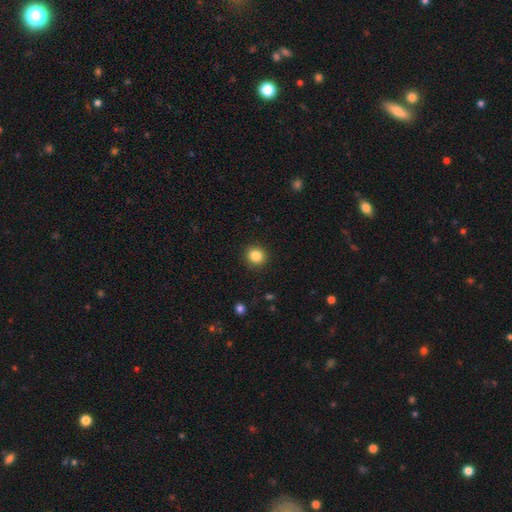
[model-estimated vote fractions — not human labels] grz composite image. It shows a smooth galaxy with no disk features (85%) that is round (87%). Merging: none (91%).